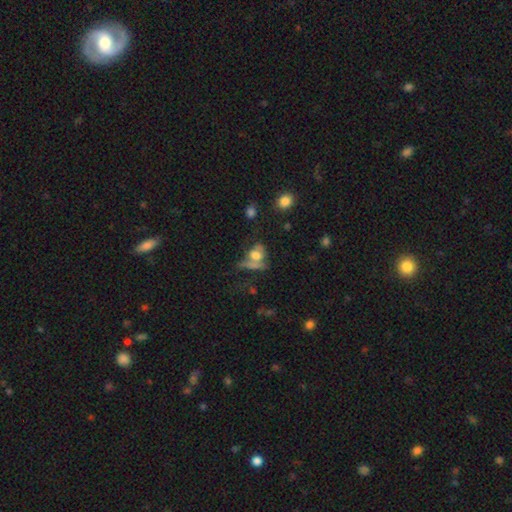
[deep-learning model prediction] Q: Smooth or featured?
A: smooth (60%); runner-up: featured or disk (24%)
Q: How rounded?
A: in between (56%); runner-up: round (37%)
Q: Merging?
A: merger (34%); runner-up: none (31%)